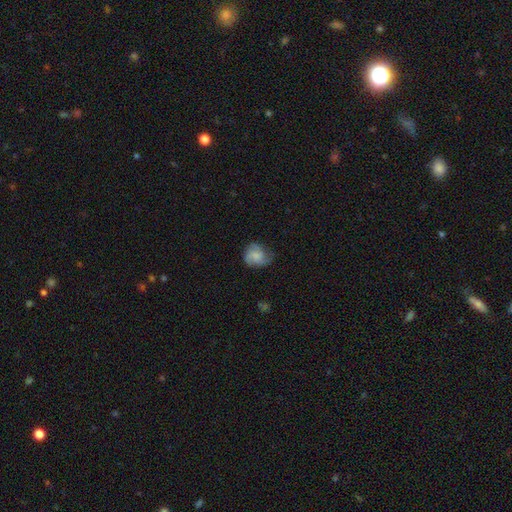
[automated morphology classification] Smooth or featured? featured or disk (48%)
Merging? none (62%)